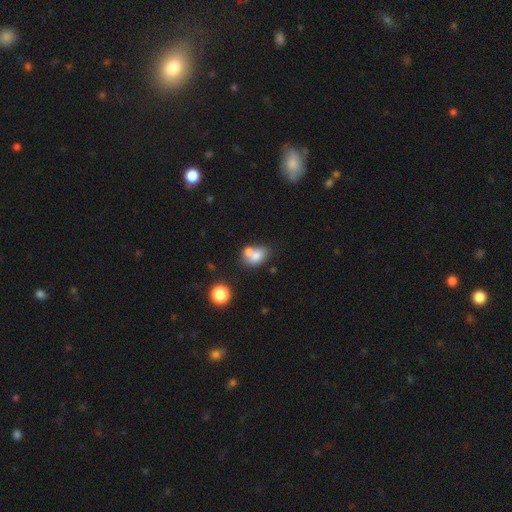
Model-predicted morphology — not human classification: Q: Smooth or featured?
A: smooth (73%); runner-up: featured or disk (16%)
Q: How rounded?
A: in between (64%); runner-up: round (35%)
Q: Merging?
A: merger (51%); runner-up: none (33%)